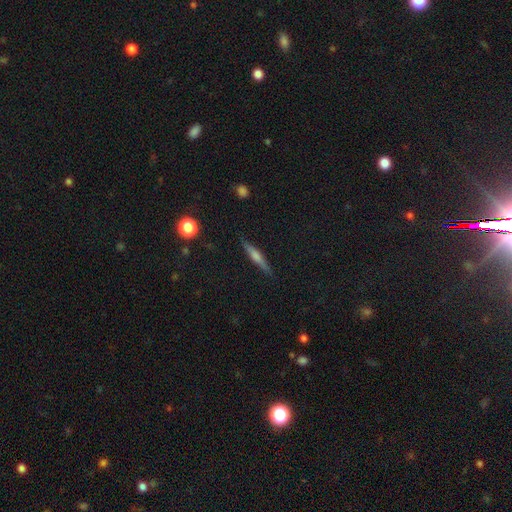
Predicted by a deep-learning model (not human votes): This is possibly a featured or disk galaxy (58%). It is clearly viewed edge-on (97%). Edge-on bulge: likely rounded (69%). Merging: clearly none (89%).